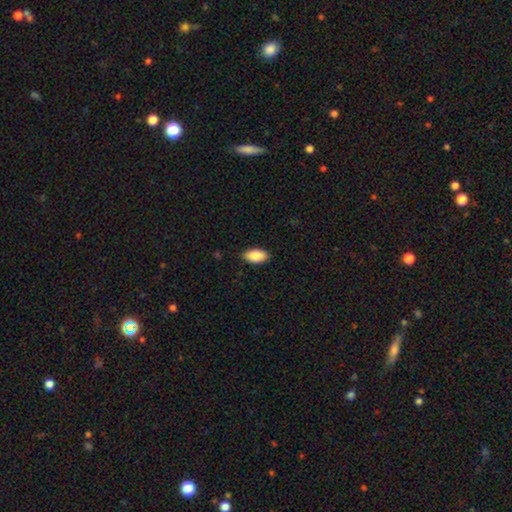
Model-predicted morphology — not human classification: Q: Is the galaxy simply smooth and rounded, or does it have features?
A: smooth — 87%.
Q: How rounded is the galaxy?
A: in between — 94%.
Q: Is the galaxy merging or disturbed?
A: none — 86%.